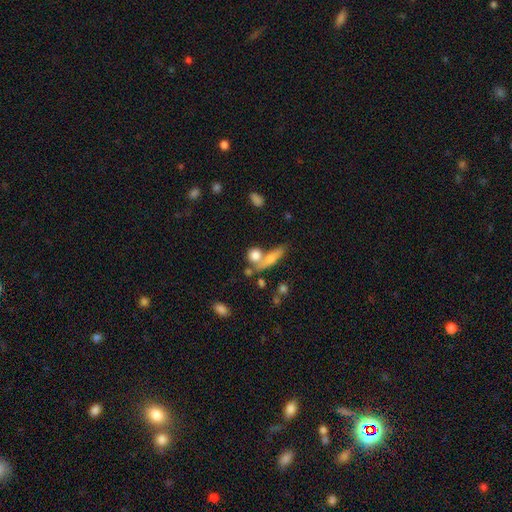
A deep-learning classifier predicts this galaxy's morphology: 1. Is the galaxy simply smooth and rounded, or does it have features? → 72% smooth, 18% featured or disk, 10% star or artifact.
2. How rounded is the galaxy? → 59% round, 25% in between, 15% cigar-shaped.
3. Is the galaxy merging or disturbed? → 47% none, 36% merger, 11% minor disturbance, 6% major disturbance.